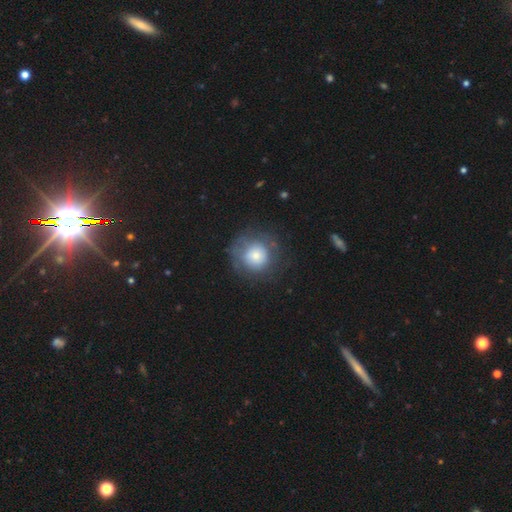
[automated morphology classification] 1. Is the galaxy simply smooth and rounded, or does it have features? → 65% smooth, 26% featured or disk, 9% star or artifact.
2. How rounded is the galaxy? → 92% round, 7% in between, 1% cigar-shaped.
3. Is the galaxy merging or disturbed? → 68% none, 18% minor disturbance, 12% major disturbance, 2% merger.